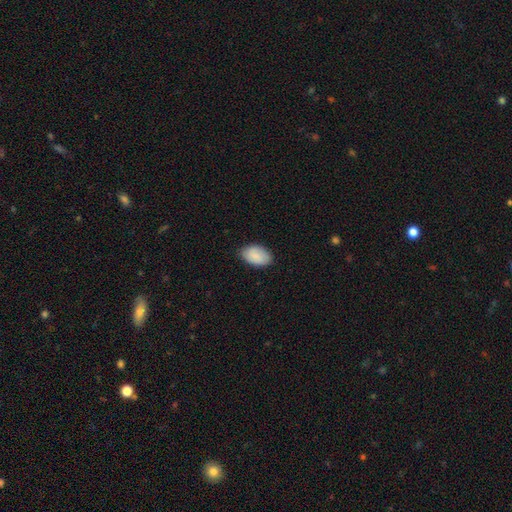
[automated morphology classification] smooth_or_featured: smooth (p=0.87) [alt: featured or disk p=0.07]
how_rounded: in between (p=0.93) [alt: round p=0.06]
merging: none (p=0.81) [alt: minor disturbance p=0.15]